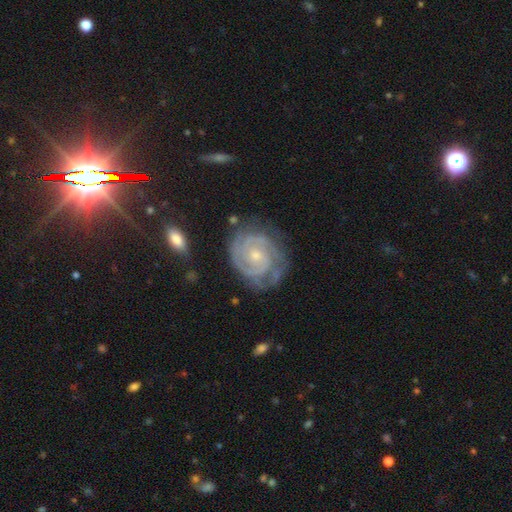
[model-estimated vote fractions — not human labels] Smooth or featured? Predicted: featured or disk (p=0.89). Edge-on disk? Predicted: no (p=0.98). Bar? Predicted: no (p=0.69). Spiral arms? Predicted: yes (p=0.98). Spiral winding? Predicted: tight (p=0.76). Spiral arm count? Predicted: 2 (p=0.58). Bulge size? Predicted: small (p=0.67). Merging? Predicted: none (p=0.73).